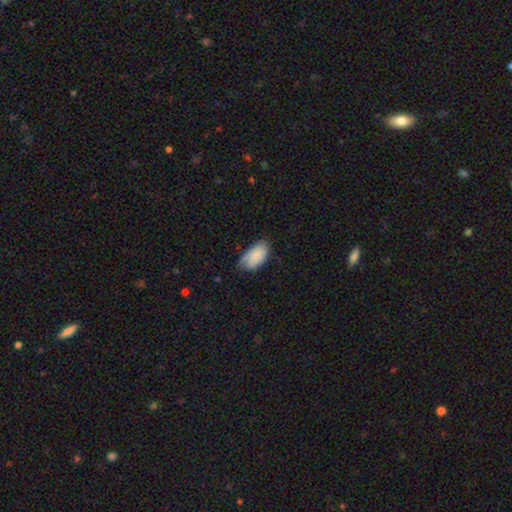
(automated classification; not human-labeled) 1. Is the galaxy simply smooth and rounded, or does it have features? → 71% smooth, 22% featured or disk, 7% star or artifact.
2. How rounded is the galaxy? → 95% in between, 3% round, 2% cigar-shaped.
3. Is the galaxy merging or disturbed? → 61% none, 30% minor disturbance, 7% major disturbance, 2% merger.